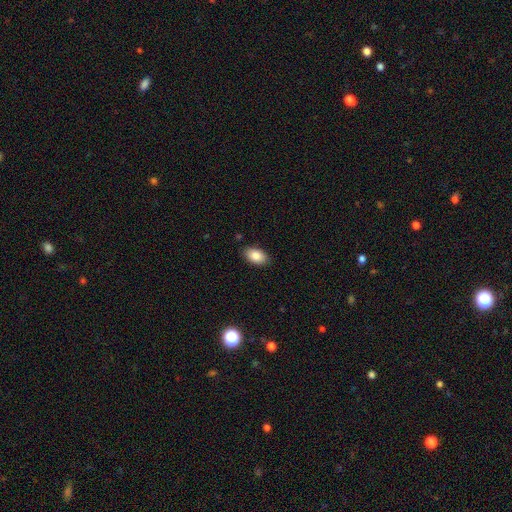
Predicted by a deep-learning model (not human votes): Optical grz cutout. It shows a smooth galaxy with no disk features (86%) that is in between round and cigar-shaped (93%). Merging: none (87%).